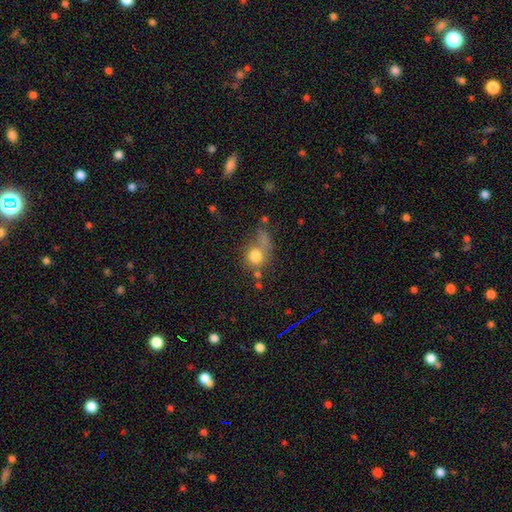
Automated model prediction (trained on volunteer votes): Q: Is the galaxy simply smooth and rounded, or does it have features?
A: smooth — 77%.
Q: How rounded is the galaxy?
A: round — 79%.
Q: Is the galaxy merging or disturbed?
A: none — 41%.